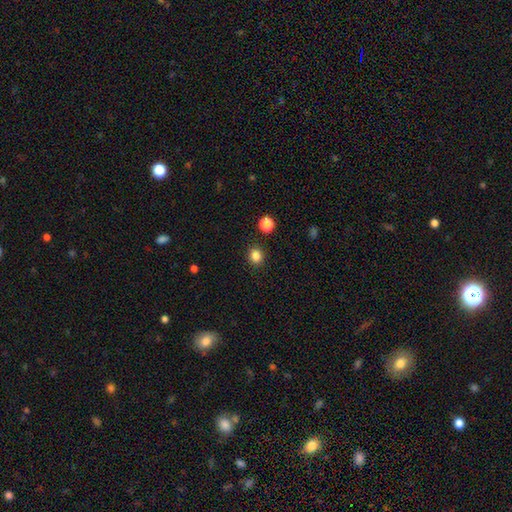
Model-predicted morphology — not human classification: A smooth galaxy with no disk features (84%) that is round (76%). Merging: none (89%).